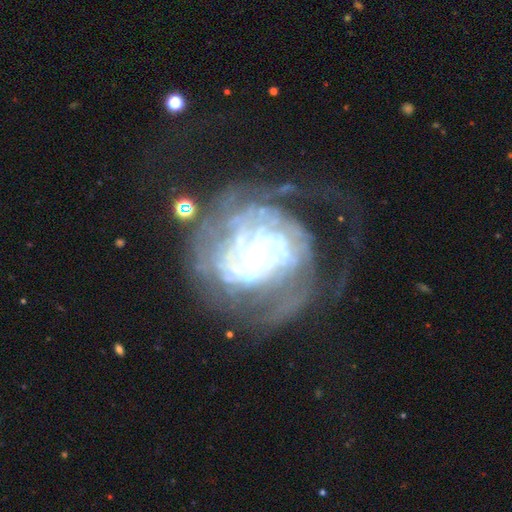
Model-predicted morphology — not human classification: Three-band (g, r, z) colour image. It shows a featured or disk galaxy (83%) with no bar (70%), tight (58%) spiral arms (81%) and a small central bulge (70%). Merging: none (39%).